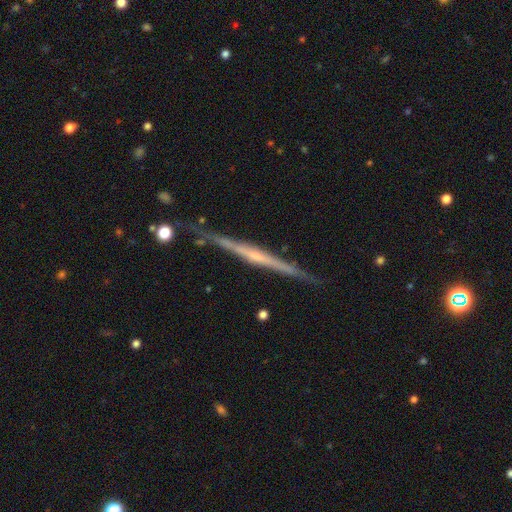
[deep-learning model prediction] Overall: featured or disk (78%). Edge-on disk: yes (98%). Edge-on bulge: none (49%; rounded 41%). Merging: none (84%).